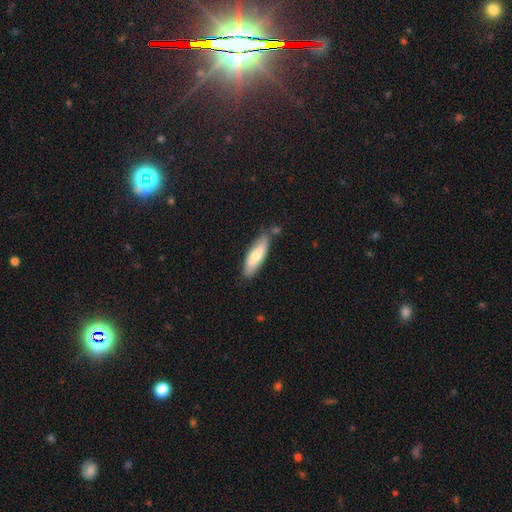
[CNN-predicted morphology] Smooth or featured: smooth — 72% (featured or disk — 23%)
How rounded: cigar-shaped — 54% (in between — 44%)
Merging: none — 76% (minor disturbance — 15%)